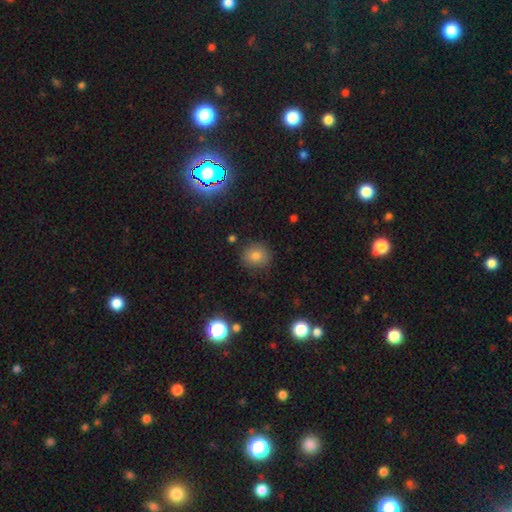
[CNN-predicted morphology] Smooth or featured? smooth (75%)
How rounded? round (84%)
Merging? none (87%)